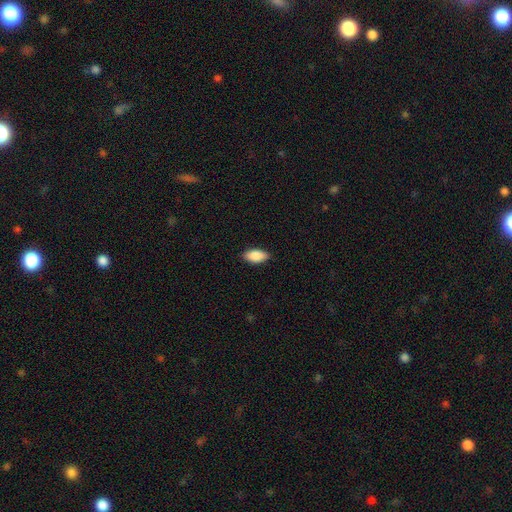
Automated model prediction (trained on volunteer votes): A smooth galaxy with no disk features (88%) that is in between round and cigar-shaped (92%).

Vote fractions:
- Smooth or featured? smooth: 88% / star or artifact: 6% / featured or disk: 5%
- How rounded? in between: 92% / cigar-shaped: 5% / round: 3%
- Merging? none: 87% / minor disturbance: 10% / major disturbance: 2% / merger: 1%